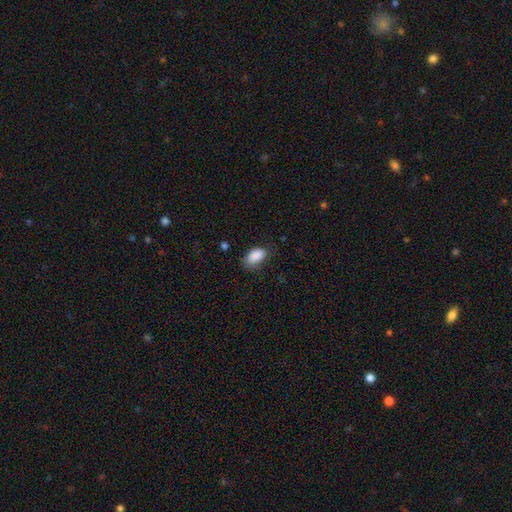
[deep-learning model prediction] A smooth galaxy with no disk features (88%) that is in between round and cigar-shaped (92%). Merging: none (69%).